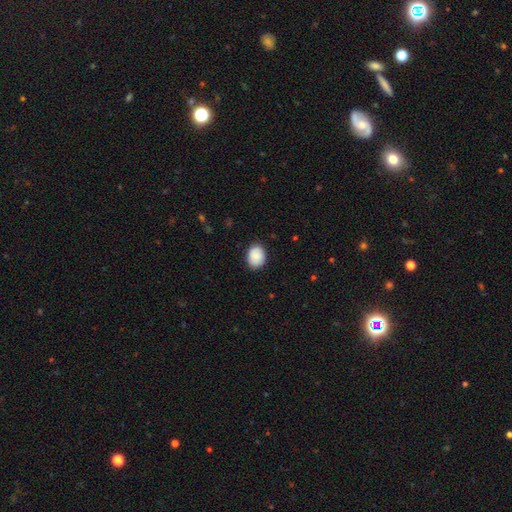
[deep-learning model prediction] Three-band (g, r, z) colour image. It shows a smooth galaxy with no disk features (85%) that is in between round and cigar-shaped (55%). Merging: none (83%).